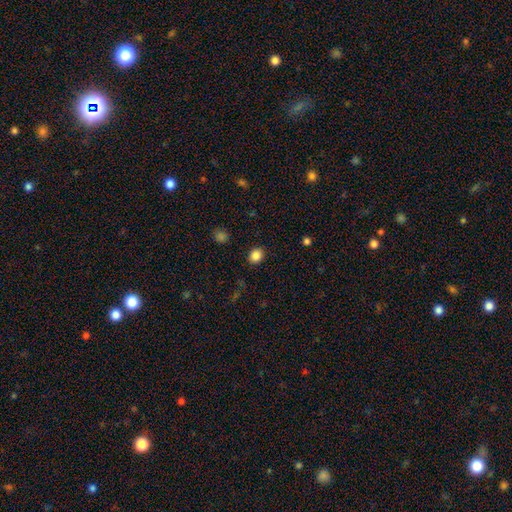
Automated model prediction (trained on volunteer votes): smooth 86%, star or artifact 10%, featured or disk 4%. Down the decision tree: how rounded — round (64%); merging — none (90%).